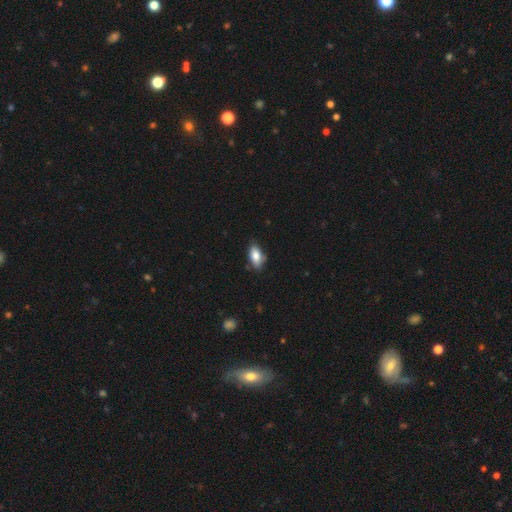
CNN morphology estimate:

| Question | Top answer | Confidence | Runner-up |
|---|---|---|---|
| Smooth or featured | smooth | 81% | featured or disk (12%) |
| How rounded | in between | 90% | cigar-shaped (6%) |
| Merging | none | 74% | minor disturbance (21%) |